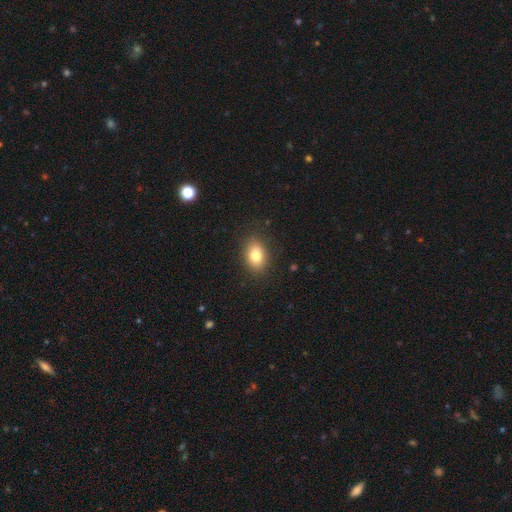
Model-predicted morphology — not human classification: A smooth galaxy with no disk features (79%) that is in between round and cigar-shaped (78%). Merging: none (86%).